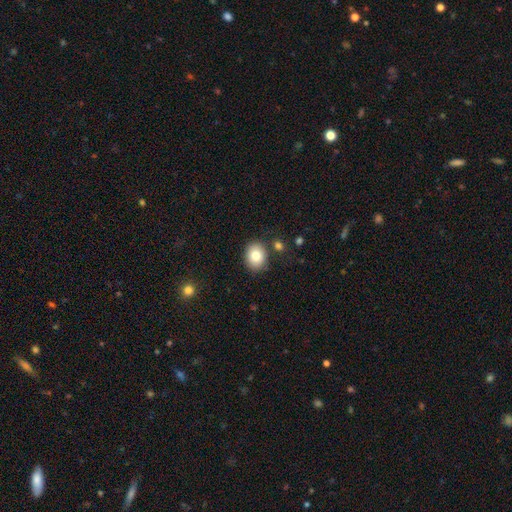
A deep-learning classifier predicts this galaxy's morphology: type=smooth (81%); roundness=round (57%); merging=none (85%).